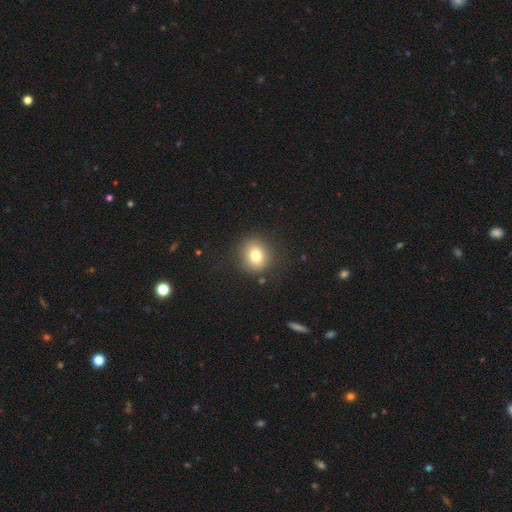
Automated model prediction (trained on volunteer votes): Smooth or featured? Predicted: smooth (p=0.79). How rounded? Predicted: round (p=0.79). Merging? Predicted: none (p=0.86).